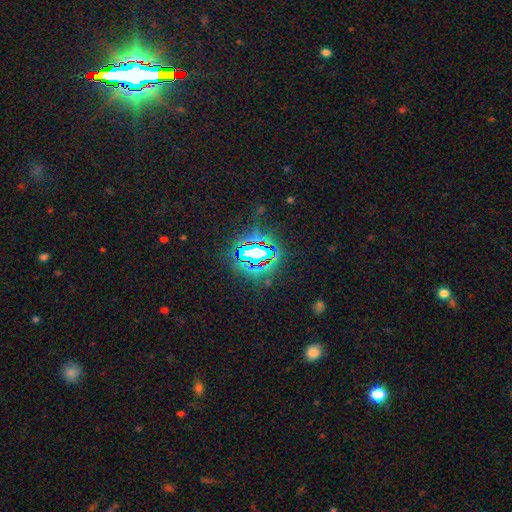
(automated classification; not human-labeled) Overall: star or artifact (75%).